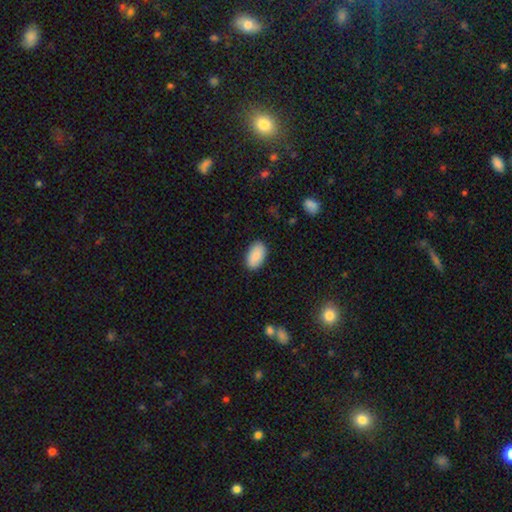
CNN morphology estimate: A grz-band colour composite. It shows a smooth galaxy with no disk features (88%) that is in between round and cigar-shaped (94%). Merging: none (87%).